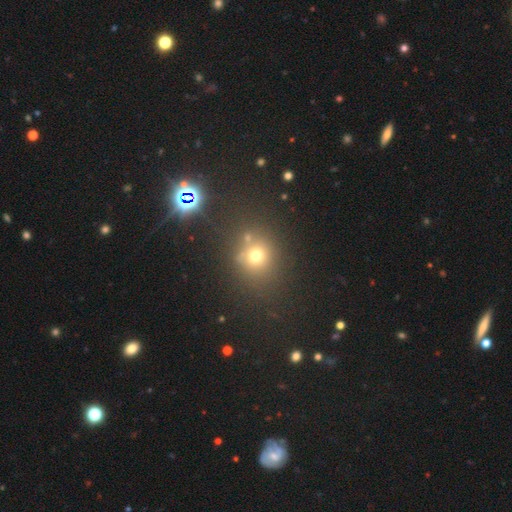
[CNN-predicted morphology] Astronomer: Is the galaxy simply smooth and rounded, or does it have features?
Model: smooth — 66%.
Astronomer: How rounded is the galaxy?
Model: round — 80%.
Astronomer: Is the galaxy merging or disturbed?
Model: none — 71%.